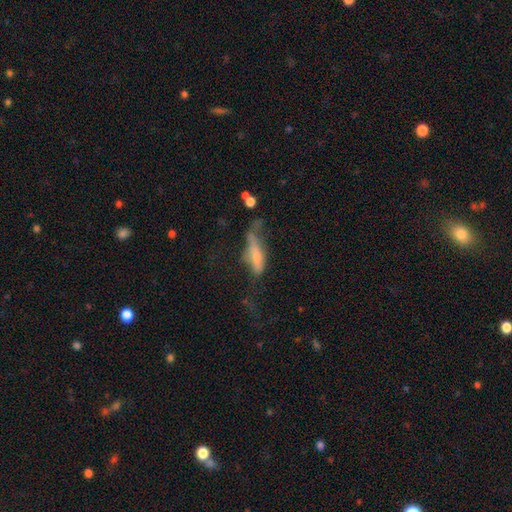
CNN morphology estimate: Smooth or featured? smooth (53%)
How rounded? cigar-shaped (56%)
Merging? major disturbance (45%)